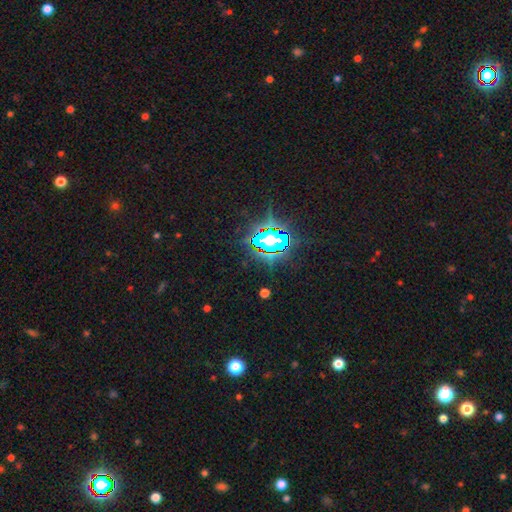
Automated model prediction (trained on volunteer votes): smooth_or_featured: star or artifact (p=0.81) [alt: smooth p=0.12]